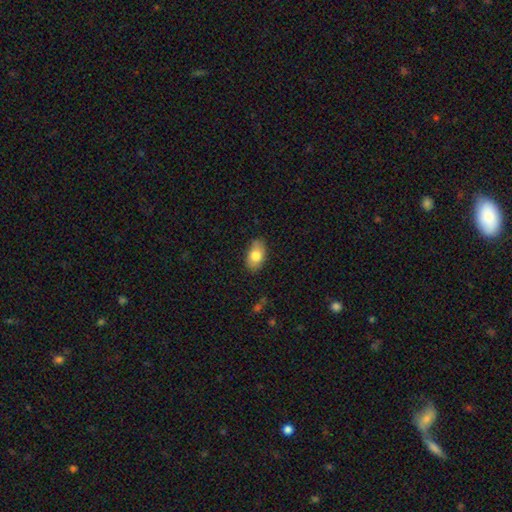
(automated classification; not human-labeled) Smooth or featured: smooth — 79% (featured or disk — 15%)
How rounded: in between — 91% (round — 7%)
Merging: none — 82% (minor disturbance — 14%)